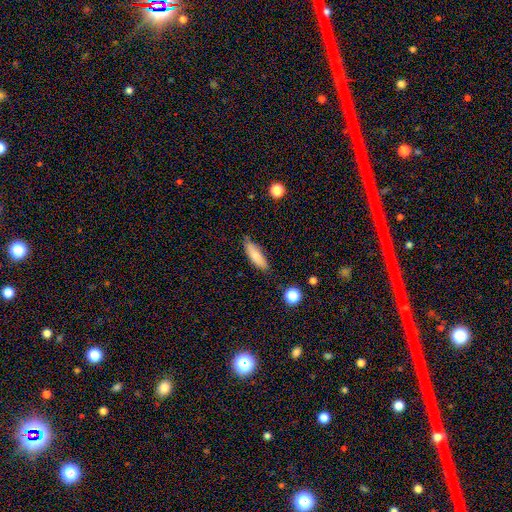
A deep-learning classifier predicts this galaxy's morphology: This appears to be a smooth galaxy with no disk features (80%) that is in between round and cigar-shaped (50%). Merging: none (78%).